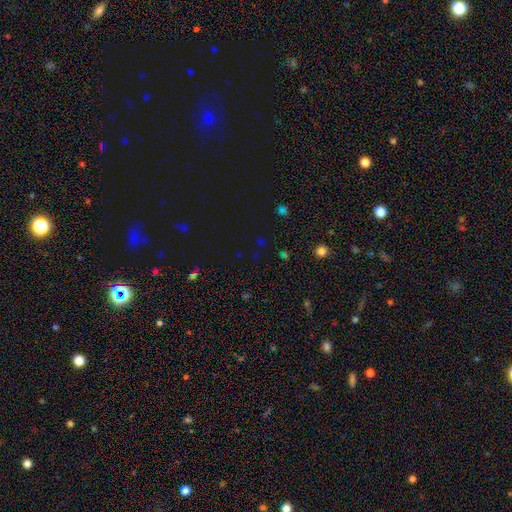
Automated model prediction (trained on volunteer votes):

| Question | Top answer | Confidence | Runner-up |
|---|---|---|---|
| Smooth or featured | star or artifact | 63% | smooth (29%) |